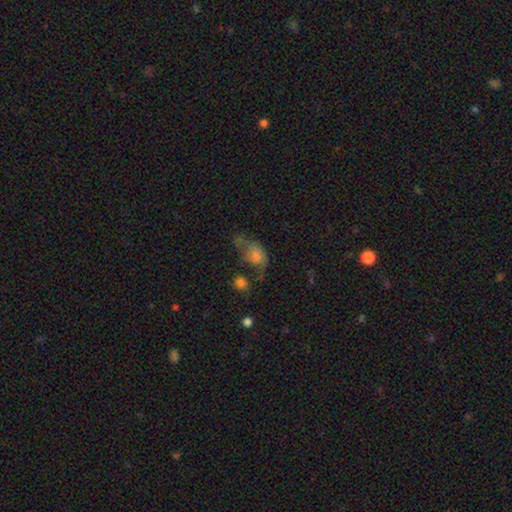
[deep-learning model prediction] Q: Smooth or featured?
A: smooth (56%); runner-up: featured or disk (29%)
Q: How rounded?
A: in between (78%); runner-up: round (19%)
Q: Merging?
A: major disturbance (33%); runner-up: none (29%)